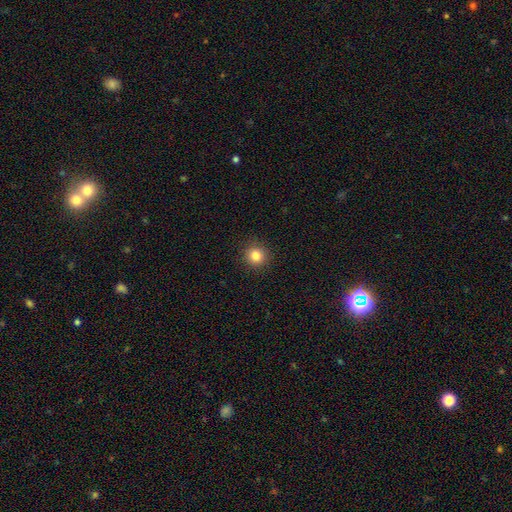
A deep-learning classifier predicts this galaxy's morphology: smooth 83%, star or artifact 11%, featured or disk 5%. Down the decision tree: how rounded — round (93%); merging — none (92%).